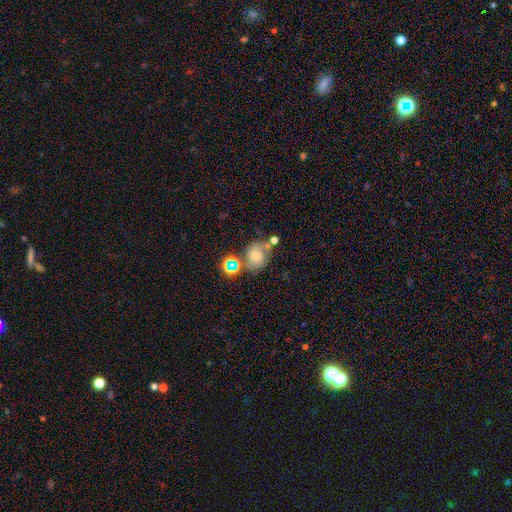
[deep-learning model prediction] A smooth galaxy with no disk features (50%) that is round (60%). Merging: none (46%).